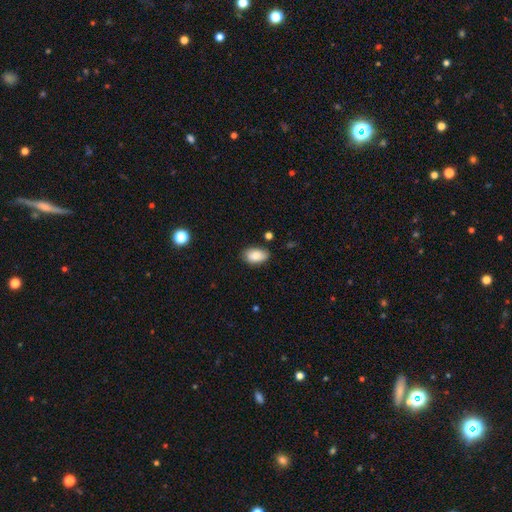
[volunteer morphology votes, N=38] A smooth galaxy with no disk features (84%) that is in between round and cigar-shaped (94%). Merging: none (83%).